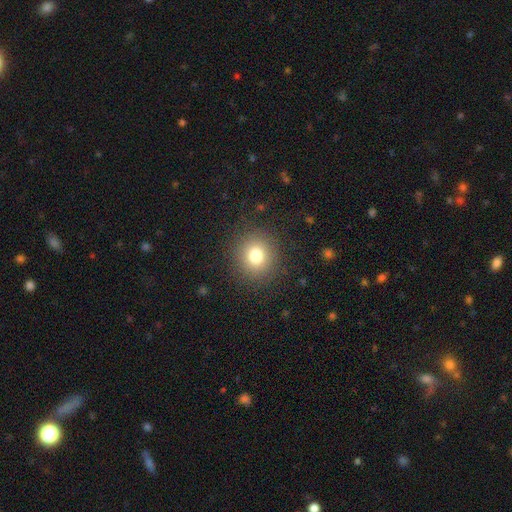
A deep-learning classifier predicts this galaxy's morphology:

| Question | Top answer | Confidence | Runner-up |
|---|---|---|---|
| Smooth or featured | smooth | 78% | star or artifact (13%) |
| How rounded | round | 89% | in between (10%) |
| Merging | none | 88% | minor disturbance (7%) |